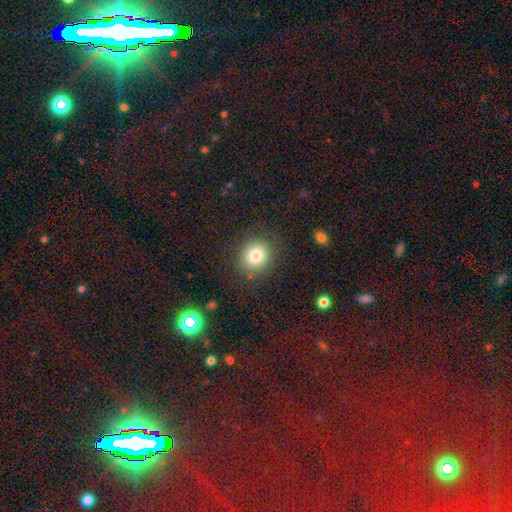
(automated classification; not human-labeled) The model was most divided on "how rounded": round: 79%, in between: 20%, cigar-shaped: 1%. More confident: merging — none (85%); smooth or featured — smooth (79%).